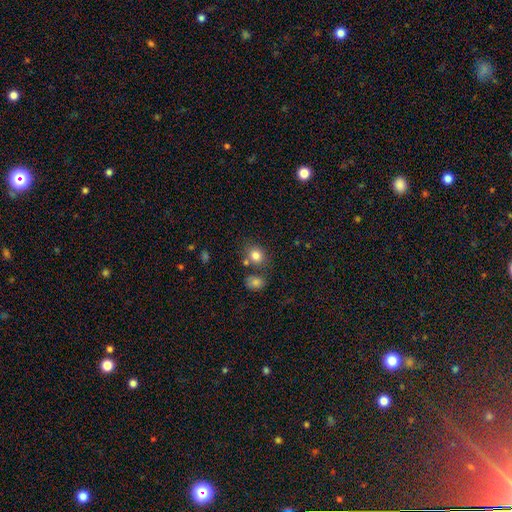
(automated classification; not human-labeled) The model was most divided on "how rounded": round: 63%, in between: 36%, cigar-shaped: 1%. More confident: smooth or featured — smooth (81%); merging — none (66%).